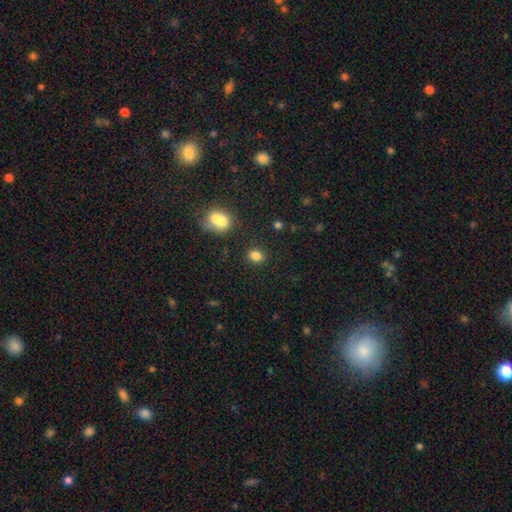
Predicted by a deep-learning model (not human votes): The model was most divided on "how rounded": round: 51%, in between: 48%, cigar-shaped: 1%. More confident: smooth or featured — smooth (82%); merging — none (81%).